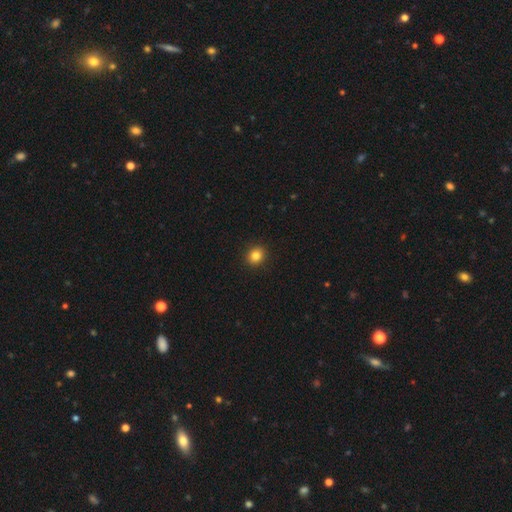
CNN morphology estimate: type=smooth (84%); roundness=round (77%); merging=none (92%).